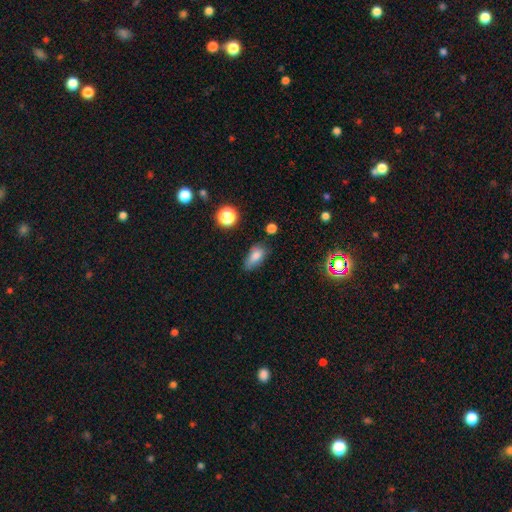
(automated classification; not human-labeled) Smooth or featured? smooth (79%)
How rounded? in between (85%)
Merging? none (61%)